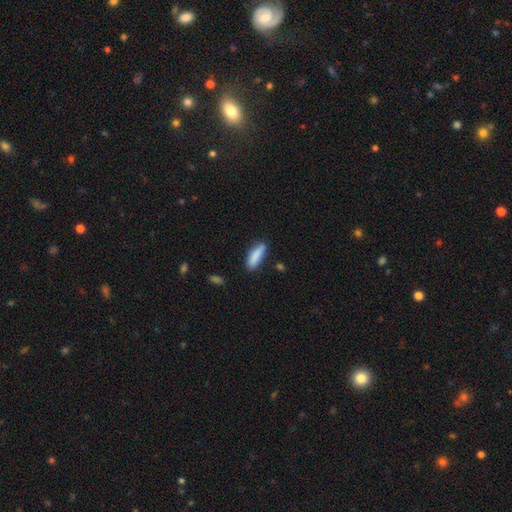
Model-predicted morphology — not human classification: smooth 86%, featured or disk 8%, star or artifact 6%. Down the decision tree: how rounded — cigar-shaped (57%); merging — none (77%).